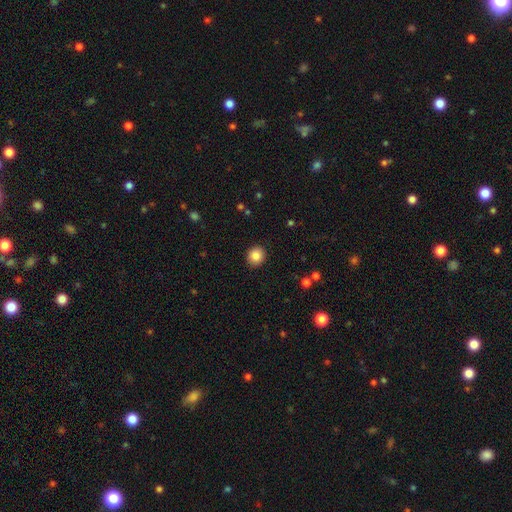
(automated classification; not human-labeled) Overall: smooth (86%). How rounded: round (84%). Merging: none (92%).